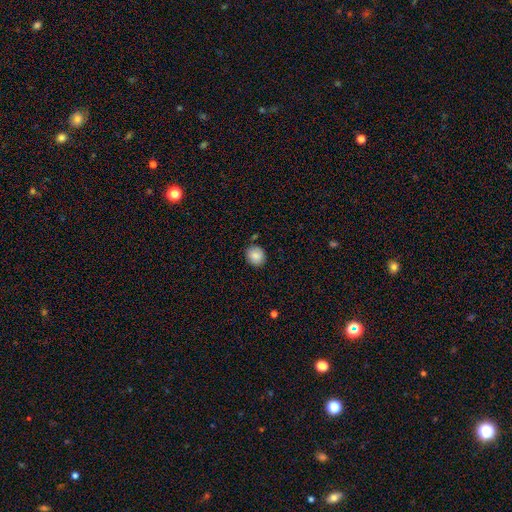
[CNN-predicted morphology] smooth-or-featured: smooth: 85% | star or artifact: 8% | featured or disk: 7%
  how-rounded: round: 77% | in between: 22% | cigar-shaped: 1%
  merging: none: 83% | minor disturbance: 12% | merger: 3% | major disturbance: 2%